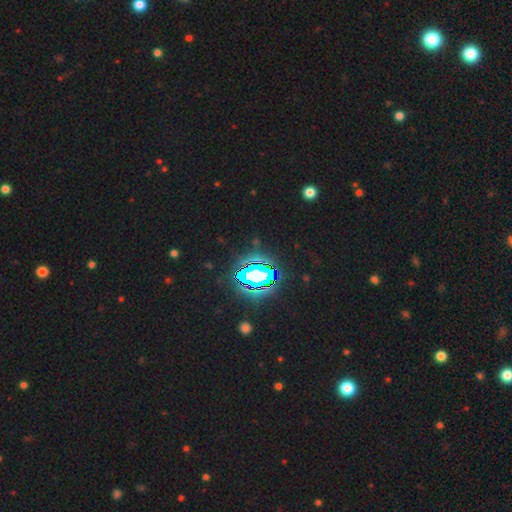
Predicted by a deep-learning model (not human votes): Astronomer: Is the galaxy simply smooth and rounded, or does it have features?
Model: star or artifact — 84%.